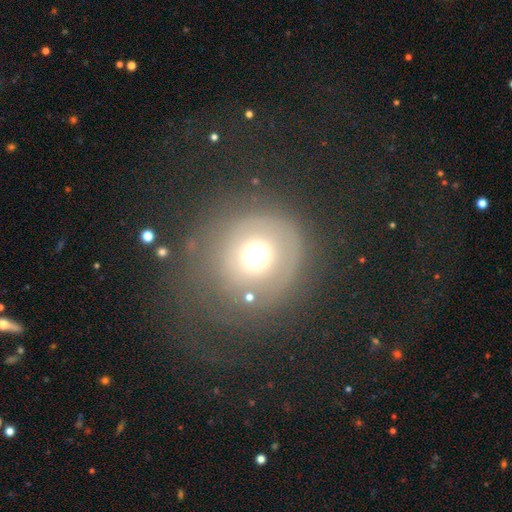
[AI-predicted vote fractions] This is possibly a smooth galaxy (57%). How rounded: clearly round (89%). Merging: possibly none (58%).